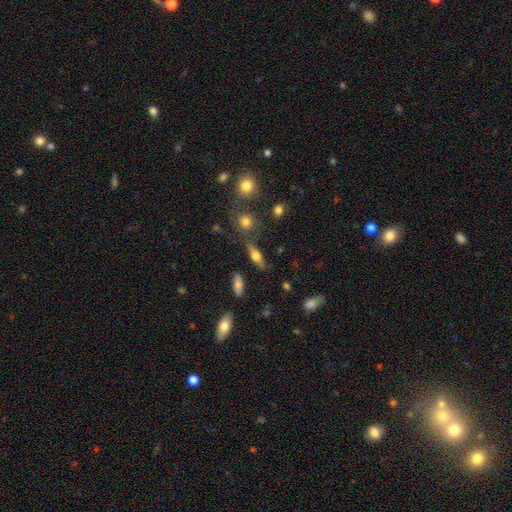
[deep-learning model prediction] Q: Smooth or featured?
A: smooth (55%); runner-up: featured or disk (35%)
Q: How rounded?
A: in between (59%); runner-up: cigar-shaped (33%)
Q: Merging?
A: none (74%); runner-up: minor disturbance (15%)